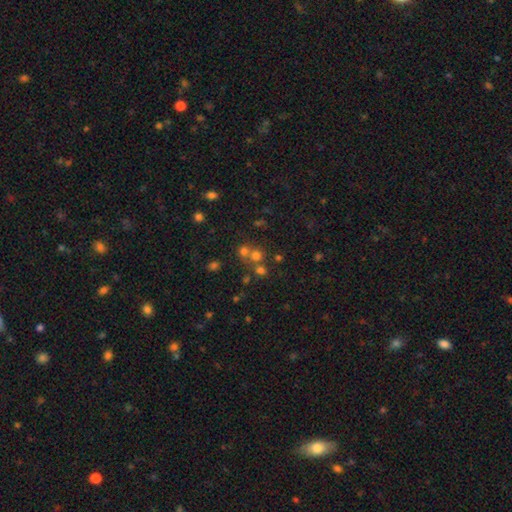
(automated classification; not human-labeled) smooth 63%, star or artifact 26%, featured or disk 11%. Down the decision tree: how rounded — round (89%); merging — none (55%).